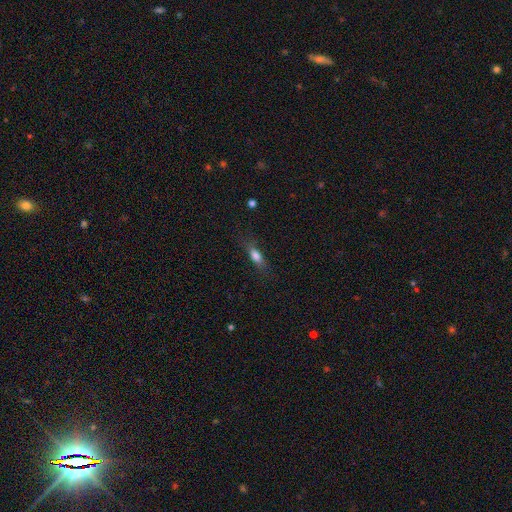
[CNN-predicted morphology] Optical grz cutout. It shows a smooth galaxy with no disk features (73%) that is in between round and cigar-shaped (54%). Merging: none (72%).